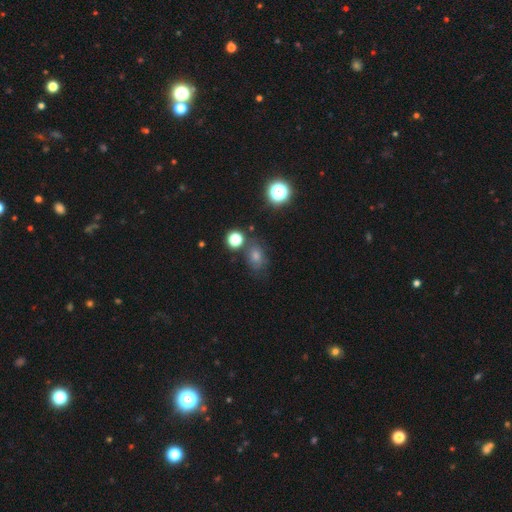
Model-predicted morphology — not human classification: Smooth or featured? smooth (66%)
How rounded? in between (63%)
Merging? none (63%)